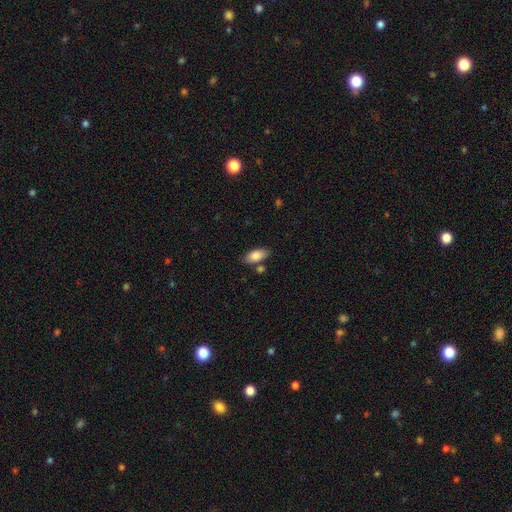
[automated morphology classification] Smooth or featured? Predicted: smooth (p=0.84). How rounded? Predicted: in between (p=0.89). Merging? Predicted: none (p=0.77).